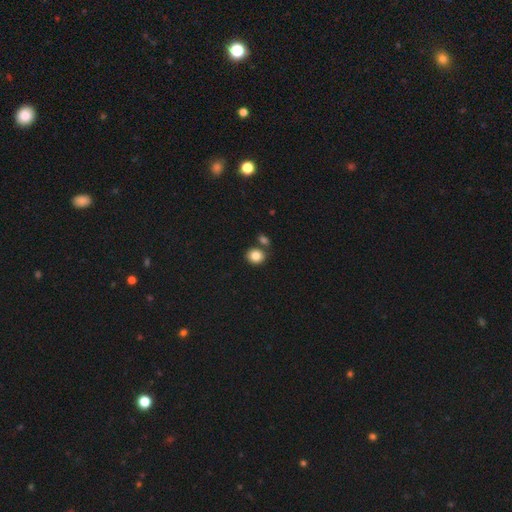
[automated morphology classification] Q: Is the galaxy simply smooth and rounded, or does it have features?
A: smooth — 84%.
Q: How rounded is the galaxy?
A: round — 72%.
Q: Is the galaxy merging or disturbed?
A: none — 69%.